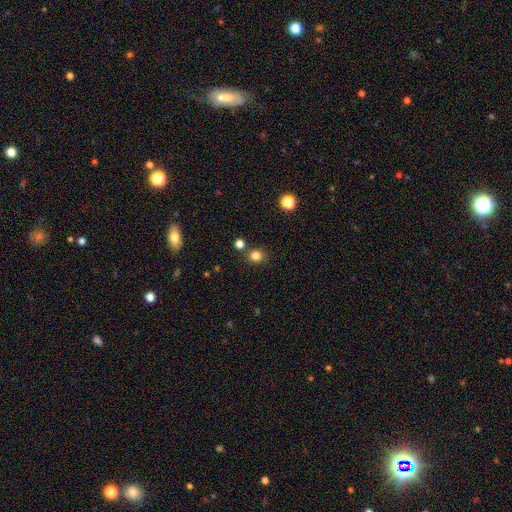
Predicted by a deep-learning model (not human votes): This appears to be a smooth galaxy with no disk features (81%) that is round (81%). Merging: none (82%).